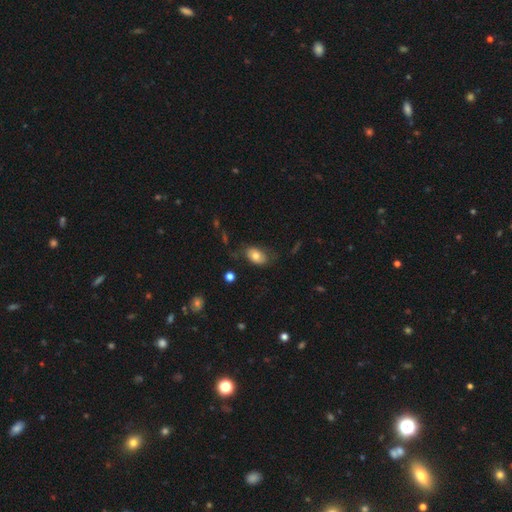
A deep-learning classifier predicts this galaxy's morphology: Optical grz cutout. It shows a smooth galaxy with no disk features (73%) that is in between round and cigar-shaped (88%). Merging: none (64%).